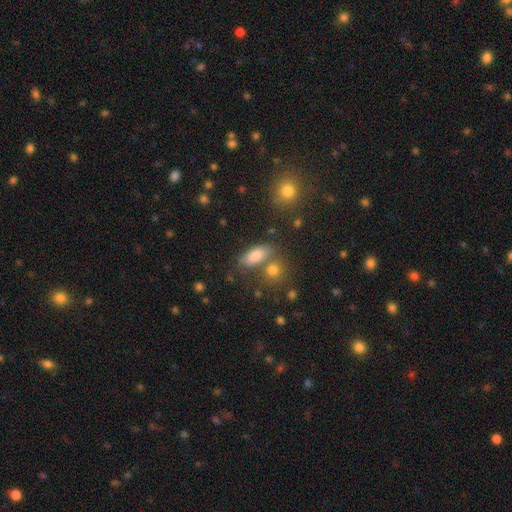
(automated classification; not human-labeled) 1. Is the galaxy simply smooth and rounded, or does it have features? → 80% smooth, 10% star or artifact, 10% featured or disk.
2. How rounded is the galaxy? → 80% in between, 14% cigar-shaped, 6% round.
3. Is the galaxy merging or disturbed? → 63% none, 19% merger, 13% minor disturbance, 5% major disturbance.